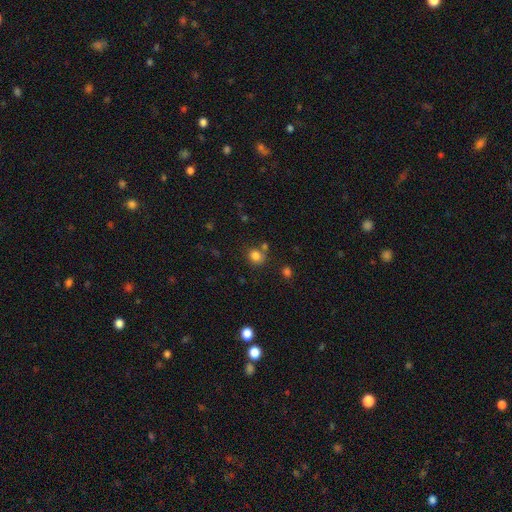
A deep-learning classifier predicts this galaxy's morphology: Smooth or featured: smooth — 81% (star or artifact — 13%)
How rounded: round — 76% (in between — 23%)
Merging: none — 67% (merger — 15%)